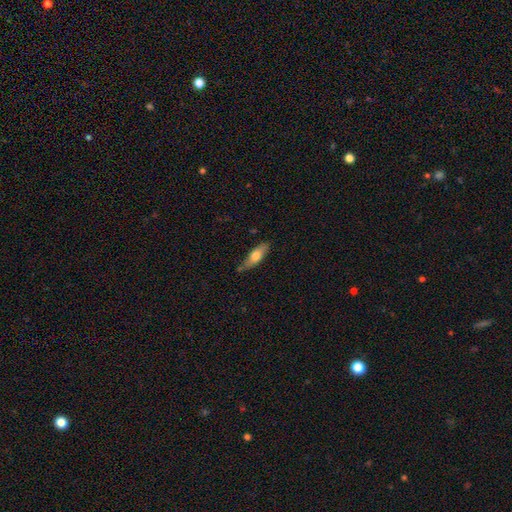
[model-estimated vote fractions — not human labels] smooth-or-featured: smooth: 62% | featured or disk: 32% | star or artifact: 6%
  how-rounded: in between: 53% | cigar-shaped: 45% | round: 3%
  merging: none: 73% | minor disturbance: 19% | merger: 5% | major disturbance: 3%